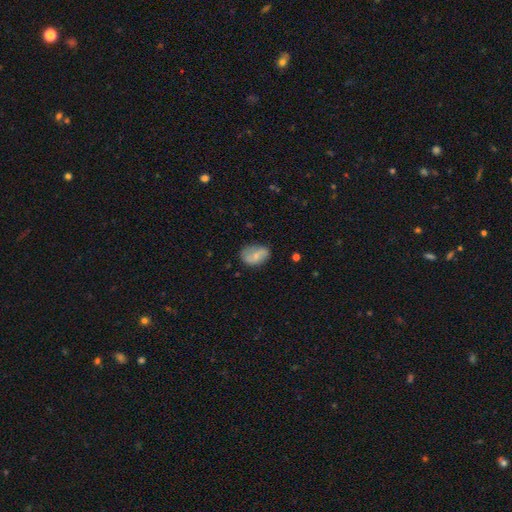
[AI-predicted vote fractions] Smooth or featured? smooth (48%)
Merging? none (63%)